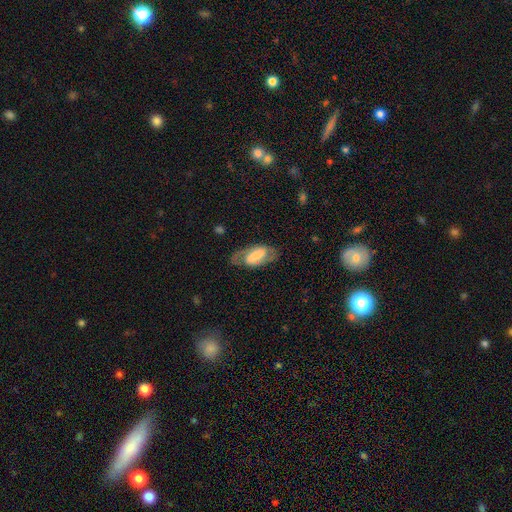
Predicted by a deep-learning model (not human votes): The model was most divided on "bulge size": small: 30%, moderate: 28%, large: 21%, none: 17%, dominant: 4%. More confident: edge-on disk — no (92%); spiral arms — yes (74%); merging — none (68%); smooth or featured — featured or disk (62%); bar — strong (55%).